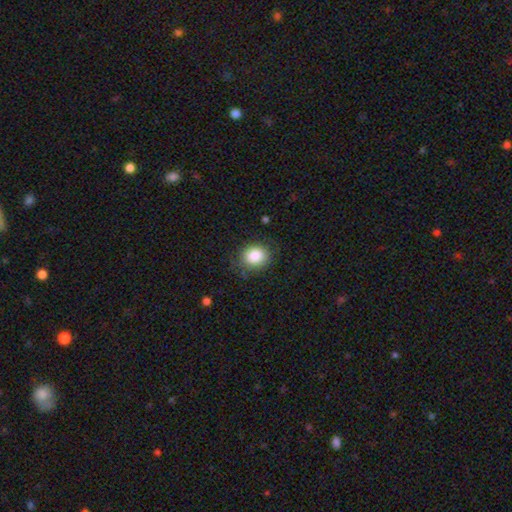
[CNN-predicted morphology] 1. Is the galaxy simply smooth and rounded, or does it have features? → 86% smooth, 9% star or artifact, 5% featured or disk.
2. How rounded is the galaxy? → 68% round, 31% in between, 1% cigar-shaped.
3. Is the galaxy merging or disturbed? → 81% none, 14% minor disturbance, 4% major disturbance, 1% merger.